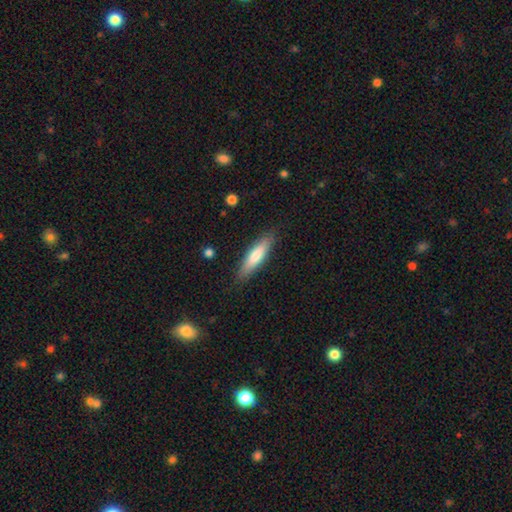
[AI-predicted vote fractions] Smooth or featured: smooth — 72% (featured or disk — 23%)
How rounded: cigar-shaped — 71% (in between — 28%)
Merging: none — 86% (minor disturbance — 10%)